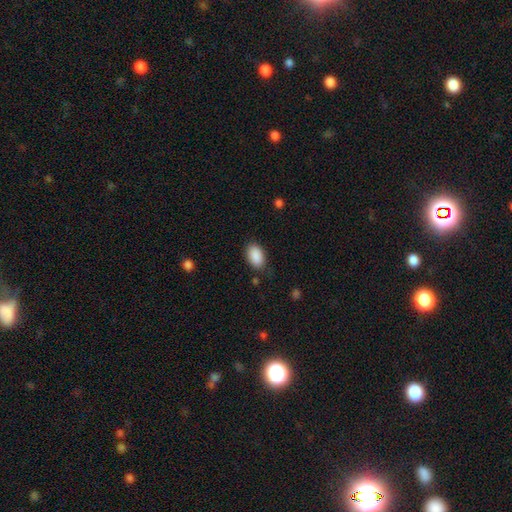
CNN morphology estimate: Q: Smooth or featured?
A: smooth (90%); runner-up: star or artifact (7%)
Q: How rounded?
A: in between (91%); runner-up: round (7%)
Q: Merging?
A: none (81%); runner-up: minor disturbance (14%)